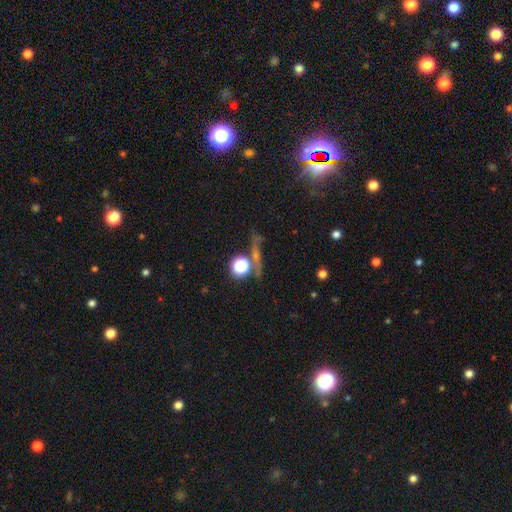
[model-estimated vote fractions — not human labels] Smooth or featured?
  - star or artifact: 44% *
  - smooth: 32%
  - featured or disk: 24%